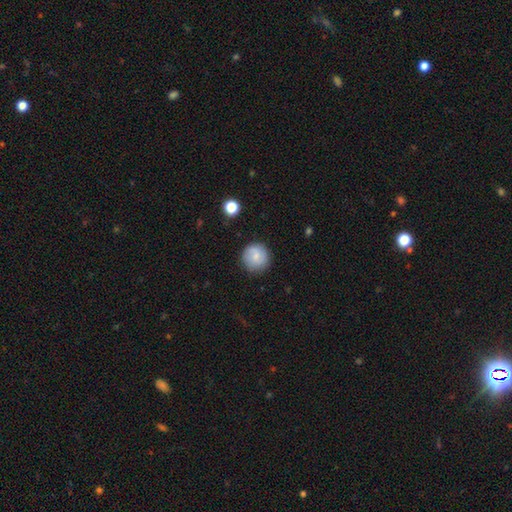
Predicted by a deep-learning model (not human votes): Q: Smooth or featured?
A: smooth (78%); runner-up: featured or disk (14%)
Q: How rounded?
A: round (94%); runner-up: in between (5%)
Q: Merging?
A: none (86%); runner-up: minor disturbance (10%)